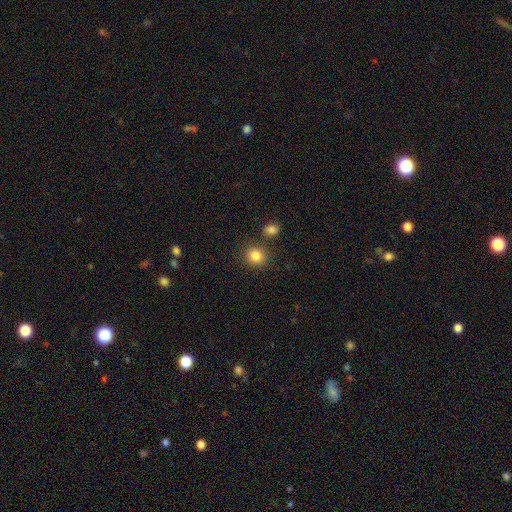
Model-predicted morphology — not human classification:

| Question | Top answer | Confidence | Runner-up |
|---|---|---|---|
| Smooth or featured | smooth | 84% | star or artifact (11%) |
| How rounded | round | 85% | in between (14%) |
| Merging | none | 81% | merger (8%) |